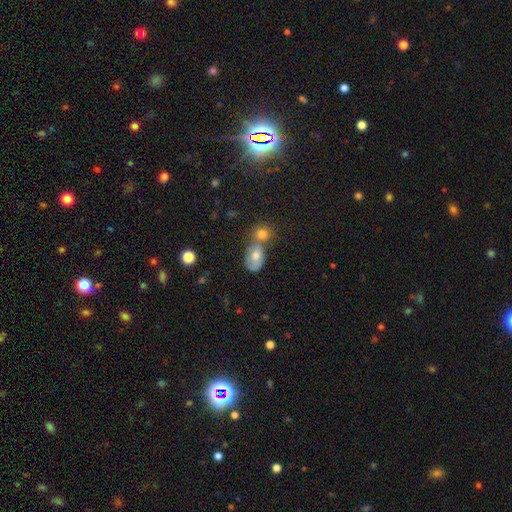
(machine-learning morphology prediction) A smooth galaxy with no disk features (57%) that is in between round and cigar-shaped (71%). Merging: merger (45%).